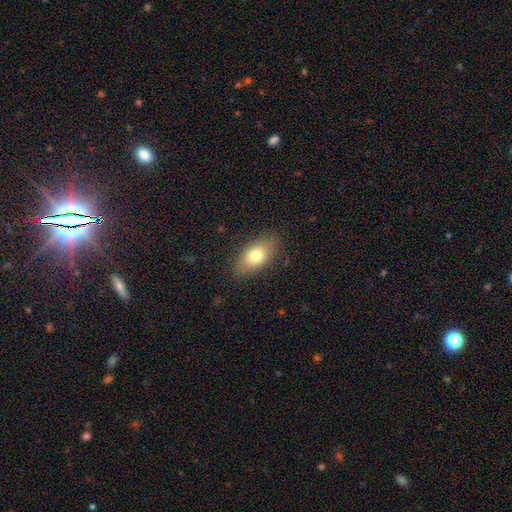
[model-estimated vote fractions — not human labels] A smooth galaxy with no disk features (76%) that is in between round and cigar-shaped (87%). Merging: none (83%).